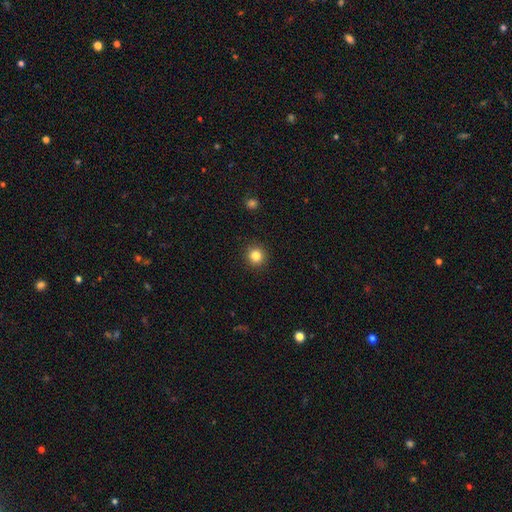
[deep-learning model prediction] A smooth galaxy with no disk features (83%) that is round (93%). Merging: none (92%).